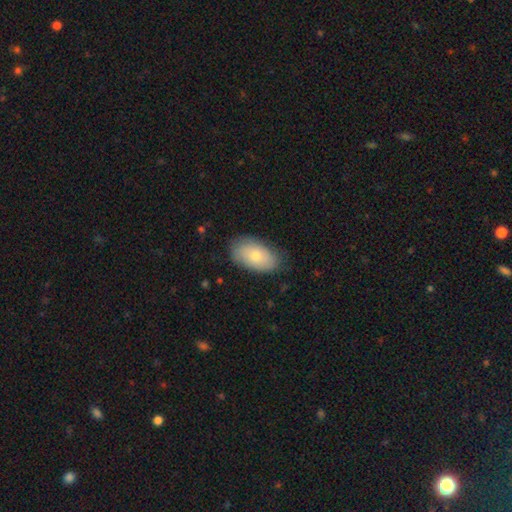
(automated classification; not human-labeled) Smooth or featured? smooth (72%)
How rounded? in between (93%)
Merging? none (79%)